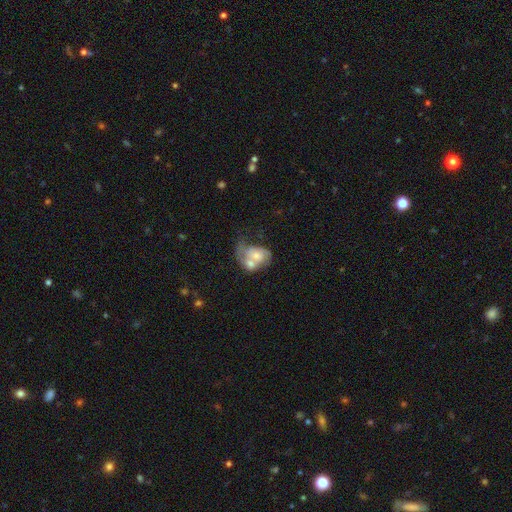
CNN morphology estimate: Smooth or featured?
  - featured or disk: 49% *
  - smooth: 44%
  - star or artifact: 7%
Merging?
  - merger: 60% *
  - major disturbance: 15%
  - none: 14%
  - minor disturbance: 11%